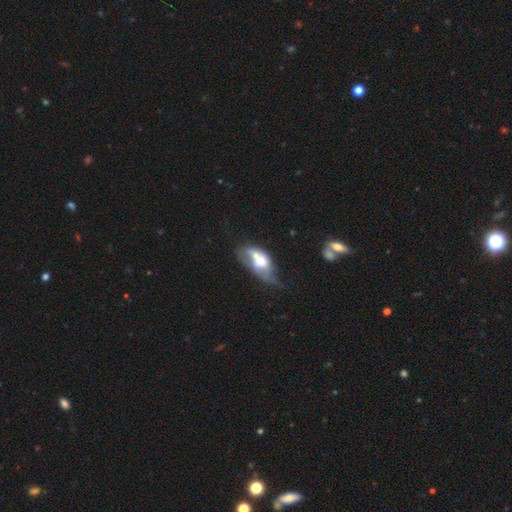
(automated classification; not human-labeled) Overall: featured or disk (47%; smooth 44%). Merging: merger (40%; major disturbance 21%).